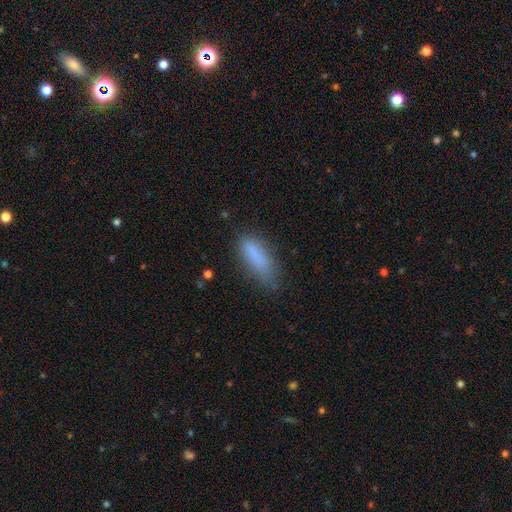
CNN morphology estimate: This appears to be a smooth galaxy with no disk features (81%) that is in between round and cigar-shaped (58%). Merging: none (57%).